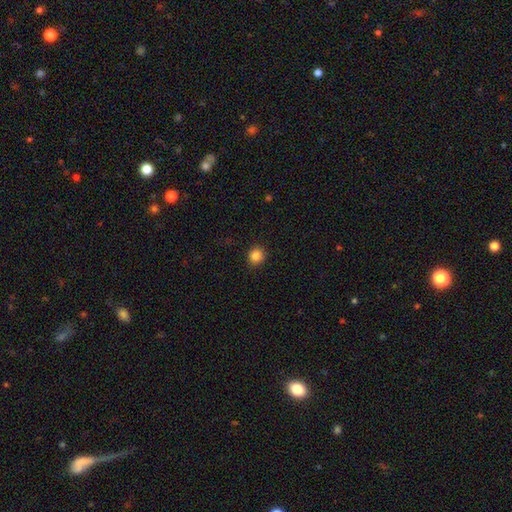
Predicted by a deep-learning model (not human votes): The model was most divided on "smooth or featured": smooth: 85%, star or artifact: 11%, featured or disk: 4%. More confident: merging — none (90%); how rounded — round (88%).